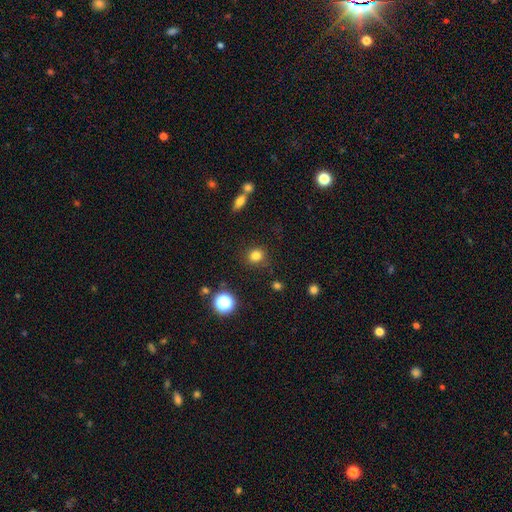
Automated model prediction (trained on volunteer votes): Smooth or featured? Predicted: smooth (p=0.81). How rounded? Predicted: round (p=0.83). Merging? Predicted: none (p=0.86).